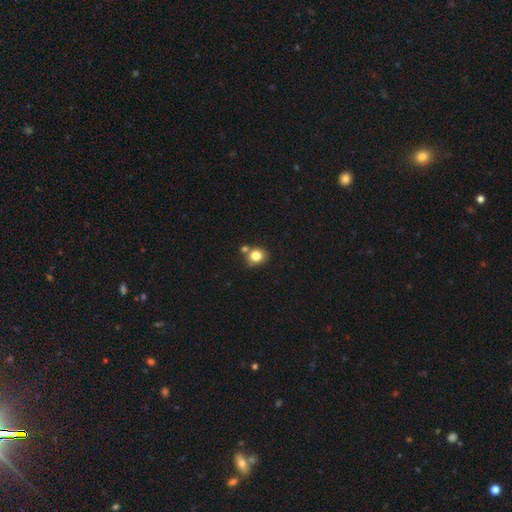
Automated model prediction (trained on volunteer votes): smooth-or-featured: smooth: 81% | star or artifact: 11% | featured or disk: 7%
  how-rounded: round: 76% | in between: 23% | cigar-shaped: 1%
  merging: none: 66% | merger: 19% | minor disturbance: 11% | major disturbance: 3%